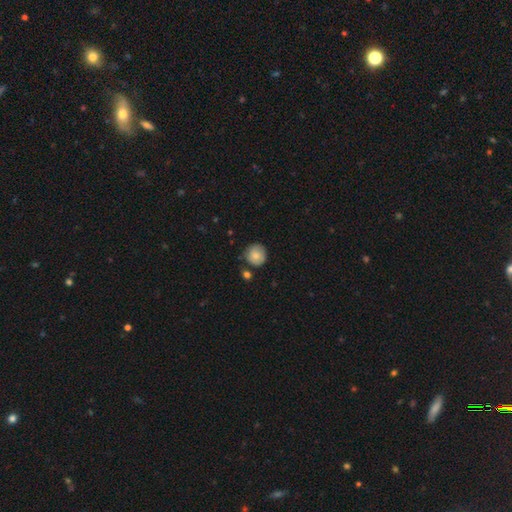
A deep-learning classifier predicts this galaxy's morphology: smooth-or-featured: smooth: 78% | featured or disk: 14% | star or artifact: 8%
  how-rounded: round: 92% | in between: 7% | cigar-shaped: 1%
  merging: none: 76% | minor disturbance: 16% | merger: 5% | major disturbance: 3%